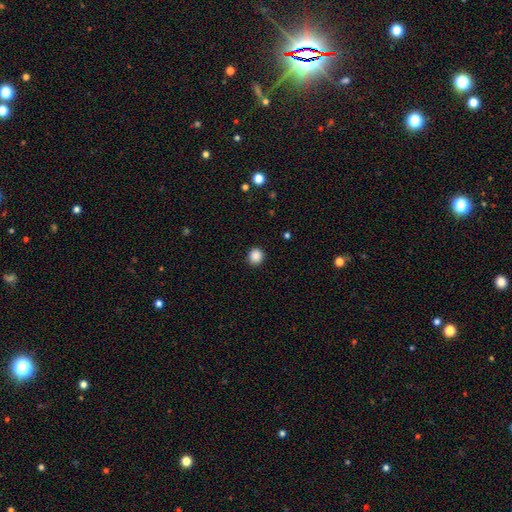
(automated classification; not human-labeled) A smooth galaxy with no disk features (88%) that is round (87%). Merging: none (91%).